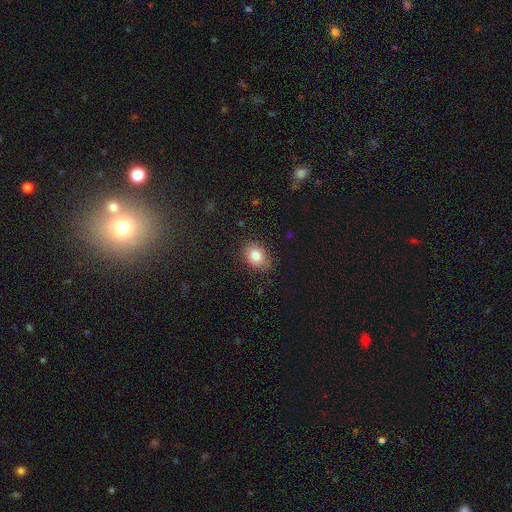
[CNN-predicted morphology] smooth_or_featured: smooth (p=0.82) [alt: star or artifact p=0.10]
how_rounded: in between (p=0.60) [alt: round p=0.39]
merging: none (p=0.85) [alt: minor disturbance p=0.11]